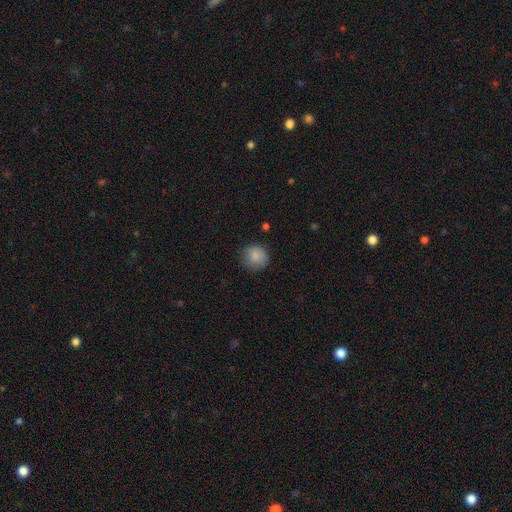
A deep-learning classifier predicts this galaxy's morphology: smooth 87%, star or artifact 8%, featured or disk 5%. Down the decision tree: how rounded — round (89%); merging — none (80%).